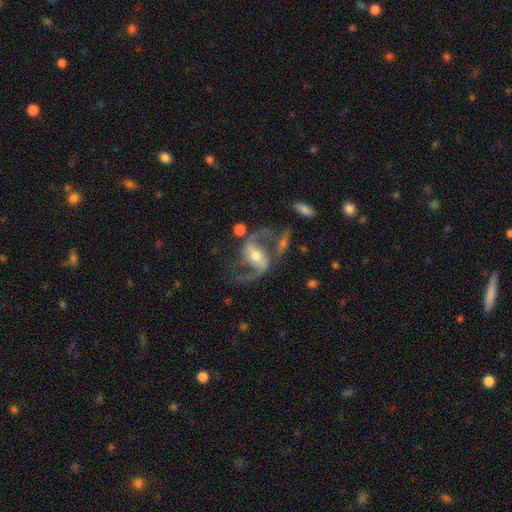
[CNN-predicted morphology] Smooth or featured?
  - featured or disk: 84% *
  - star or artifact: 9%
  - smooth: 7%
Edge-on disk?
  - no: 96% *
  - yes: 4%
Bar?
  - weak: 39% *
  - no: 31%
  - strong: 30%
Spiral arms?
  - yes: 91% *
  - no: 9%
Spiral winding?
  - medium: 46% *
  - loose: 40%
  - tight: 14%
Spiral arm count?
  - 2: 86% *
  - can't tell: 5%
  - 1: 4%
  - 3: 2%
  - 4: 1%
  - more than 4: 1%
Bulge size?
  - moderate: 55% *
  - small: 35%
  - large: 5%
  - none: 2%
  - dominant: 1%
Merging?
  - none: 56% *
  - major disturbance: 19%
  - minor disturbance: 15%
  - merger: 10%